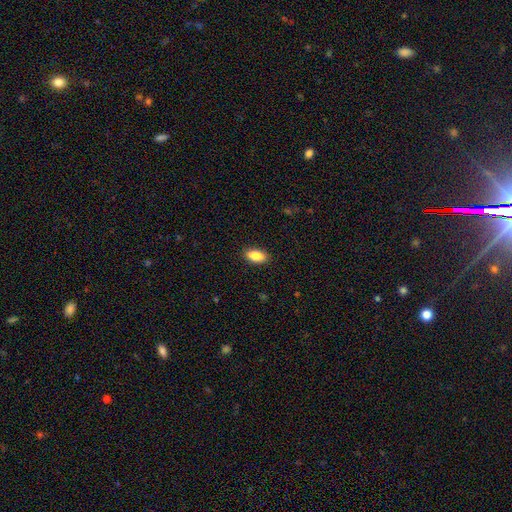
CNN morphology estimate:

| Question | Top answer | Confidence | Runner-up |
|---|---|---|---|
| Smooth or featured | smooth | 86% | star or artifact (7%) |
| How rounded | in between | 91% | cigar-shaped (6%) |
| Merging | none | 89% | minor disturbance (8%) |